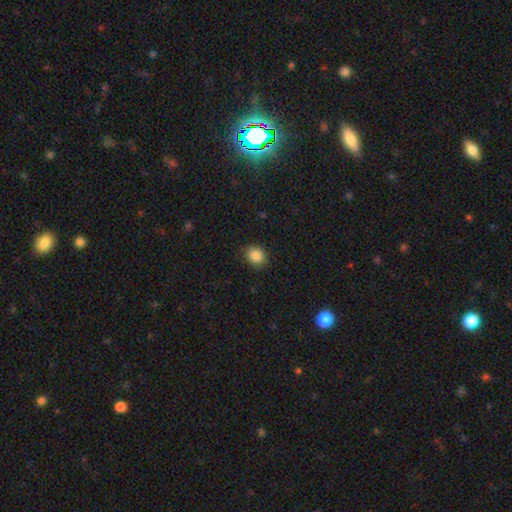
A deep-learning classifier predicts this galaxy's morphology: This is clearly a smooth galaxy (87%). How rounded: likely round (67%). Merging: clearly none (87%).